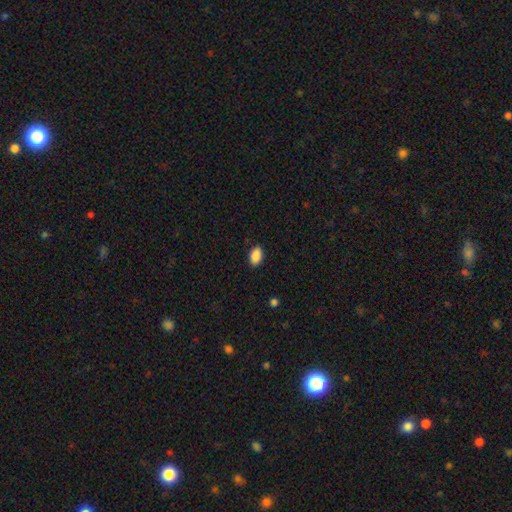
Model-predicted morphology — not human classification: Smooth or featured? Predicted: smooth (p=0.90). How rounded? Predicted: in between (p=0.90). Merging? Predicted: none (p=0.87).